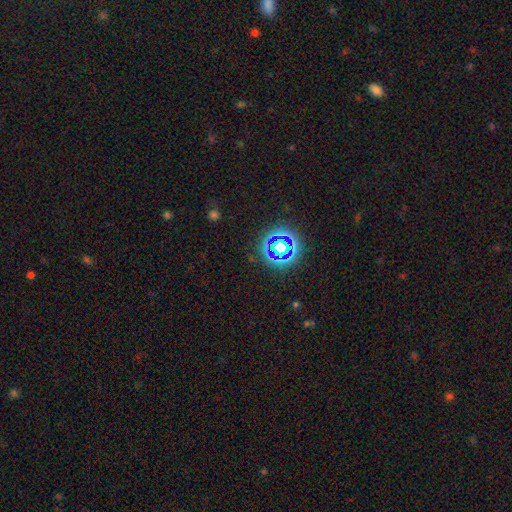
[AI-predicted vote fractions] Smooth or featured? star or artifact (73%)